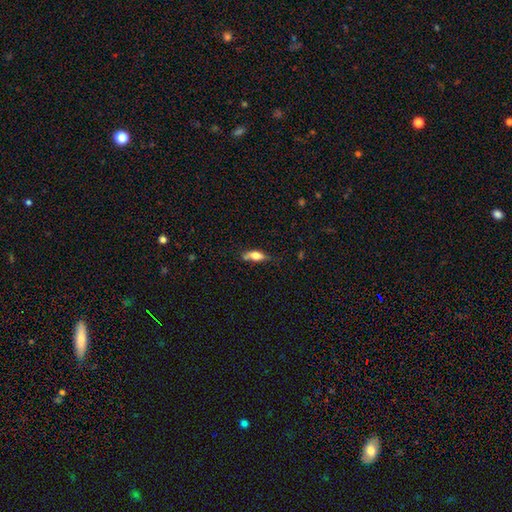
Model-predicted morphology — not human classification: This appears to be a smooth galaxy with no disk features (66%) that is in between round and cigar-shaped (65%). Merging: none (60%).